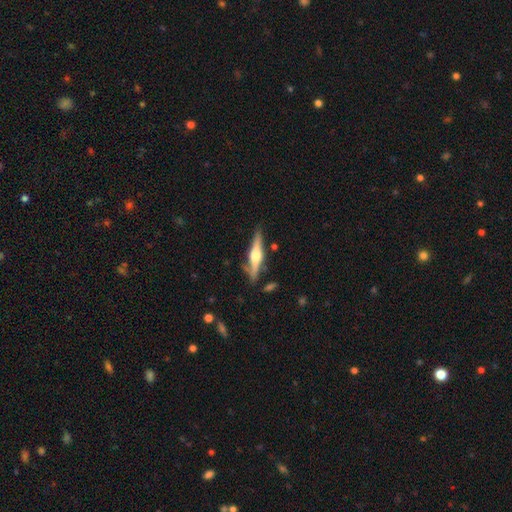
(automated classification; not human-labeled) A featured or disk galaxy (67%) viewed edge-on (96%) with a rounded central bulge (93%). Merging: none (79%).